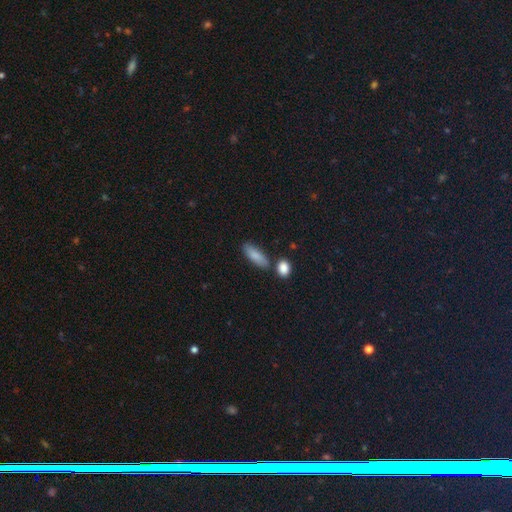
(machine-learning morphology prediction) Q: Smooth or featured?
A: smooth (85%); runner-up: featured or disk (9%)
Q: How rounded?
A: in between (65%); runner-up: cigar-shaped (31%)
Q: Merging?
A: none (74%); runner-up: minor disturbance (13%)